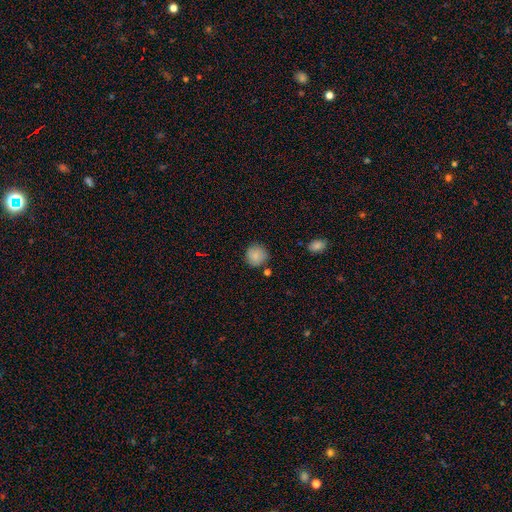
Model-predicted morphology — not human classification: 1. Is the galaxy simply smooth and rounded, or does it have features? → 85% smooth, 9% star or artifact, 6% featured or disk.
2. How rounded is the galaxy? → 93% round, 6% in between, 1% cigar-shaped.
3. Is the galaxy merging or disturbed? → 83% none, 11% minor disturbance, 4% merger, 3% major disturbance.